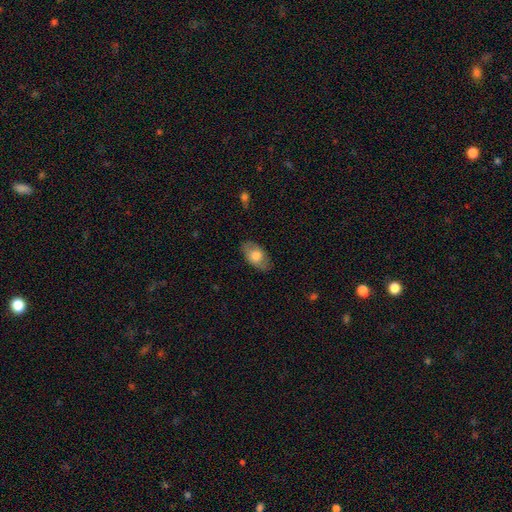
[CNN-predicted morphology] A smooth galaxy with no disk features (70%) that is in between round and cigar-shaped (92%). Merging: none (83%).